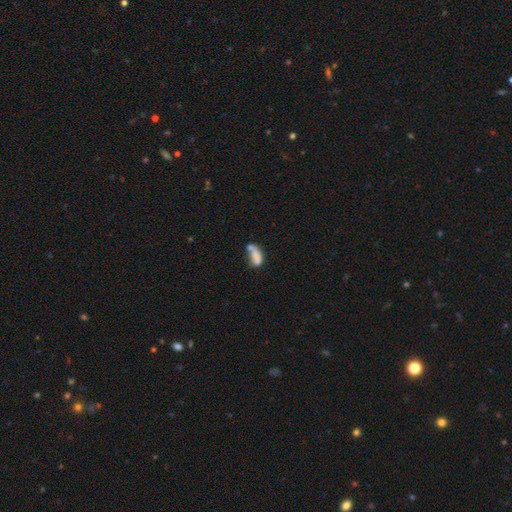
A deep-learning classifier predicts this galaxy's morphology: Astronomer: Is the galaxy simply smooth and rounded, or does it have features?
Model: smooth — 66%.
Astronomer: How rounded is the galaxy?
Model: in between — 87%.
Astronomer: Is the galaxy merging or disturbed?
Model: merger — 39% (runner-up: none, 25%).